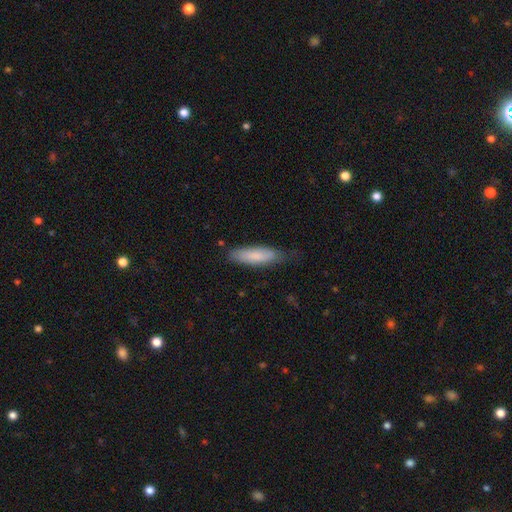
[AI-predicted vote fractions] Q: Smooth or featured?
A: smooth (81%); runner-up: featured or disk (13%)
Q: How rounded?
A: cigar-shaped (55%); runner-up: in between (43%)
Q: Merging?
A: none (69%); runner-up: minor disturbance (25%)